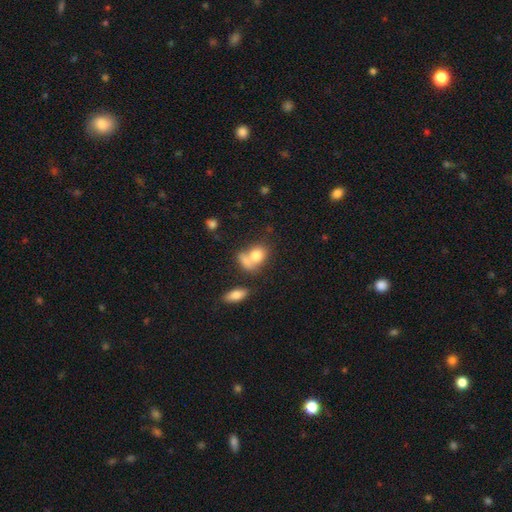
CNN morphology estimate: This appears to be a smooth galaxy with no disk features (78%) that is in between round and cigar-shaped (59%). Merging: merger (54%).